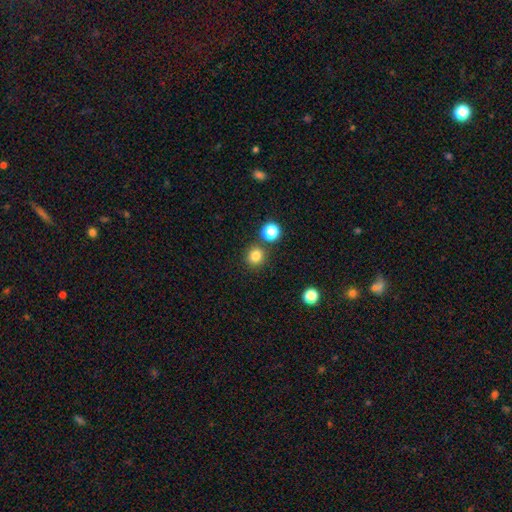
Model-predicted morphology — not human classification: Smooth or featured? Predicted: smooth (p=0.81). How rounded? Predicted: round (p=0.89). Merging? Predicted: none (p=0.84).